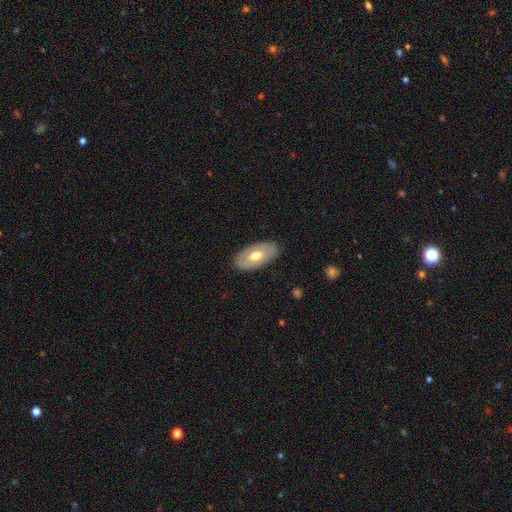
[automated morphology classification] smooth-or-featured: smooth: 56% | featured or disk: 38% | star or artifact: 5%
  how-rounded: in between: 94% | round: 3% | cigar-shaped: 3%
  merging: none: 85% | minor disturbance: 11% | major disturbance: 3% | merger: 1%